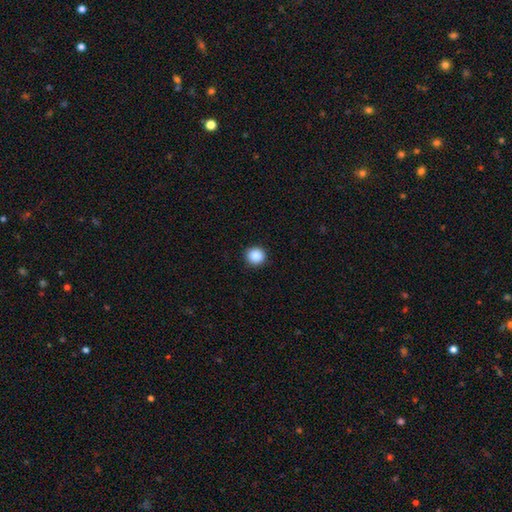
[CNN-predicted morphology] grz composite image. It shows a smooth galaxy with no disk features (88%) that is round (93%). Merging: none (92%).